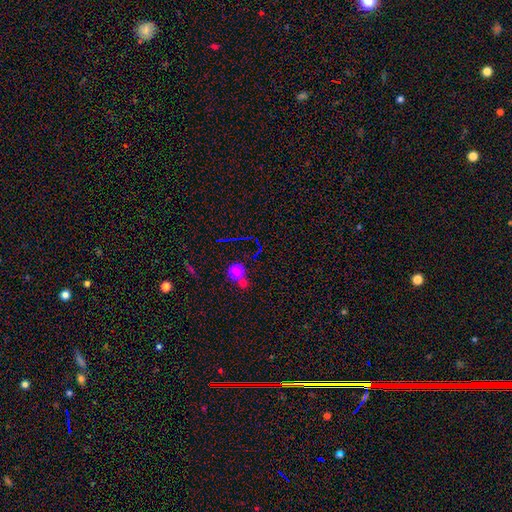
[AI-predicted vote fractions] Smooth or featured: smooth — 51% (star or artifact — 40%)
How rounded: round — 84% (in between — 12%)
Merging: none — 66% (merger — 20%)